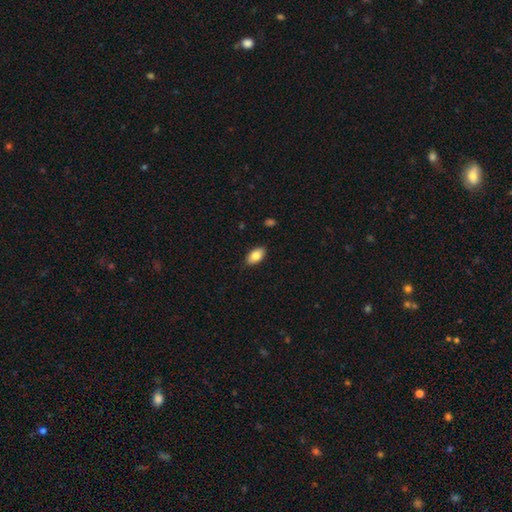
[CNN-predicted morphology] Smooth or featured? smooth (83%)
How rounded? in between (93%)
Merging? none (87%)